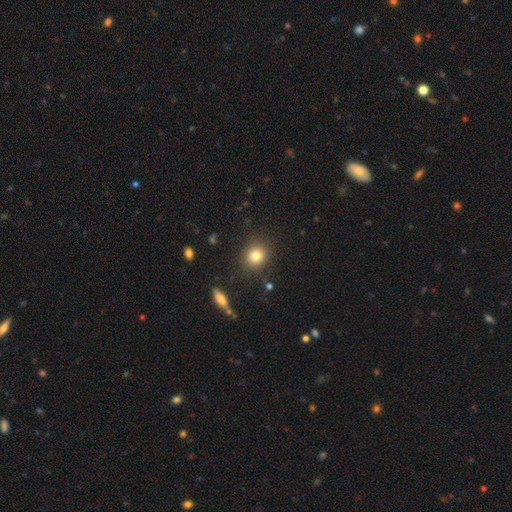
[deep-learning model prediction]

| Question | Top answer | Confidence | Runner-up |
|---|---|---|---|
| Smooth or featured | smooth | 81% | star or artifact (11%) |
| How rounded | round | 74% | in between (25%) |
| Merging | none | 87% | minor disturbance (8%) |